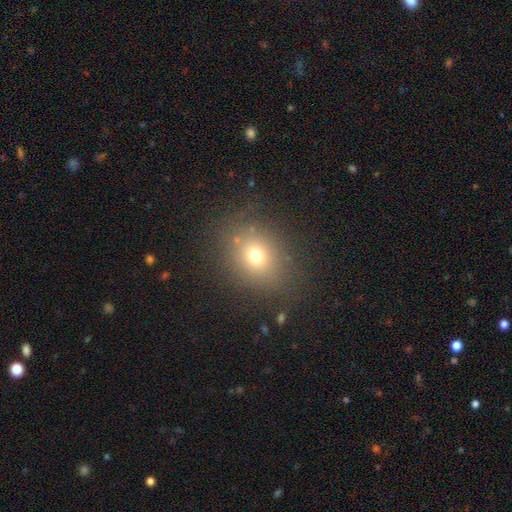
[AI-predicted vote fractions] Morphology: type=smooth (70%); roundness=round (61%); merging=none (82%).